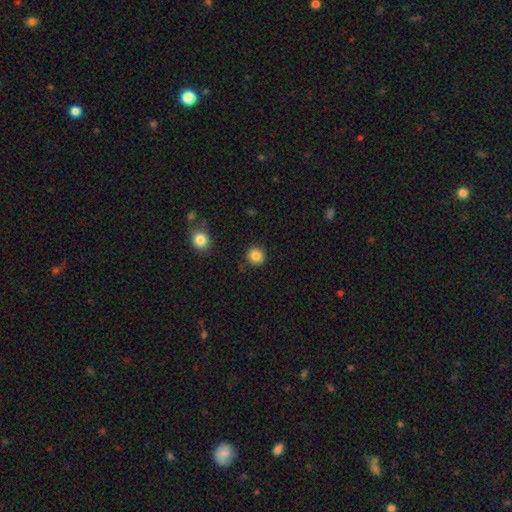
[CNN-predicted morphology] This appears to be a smooth galaxy with no disk features (85%) that is round (94%). Merging: none (90%).